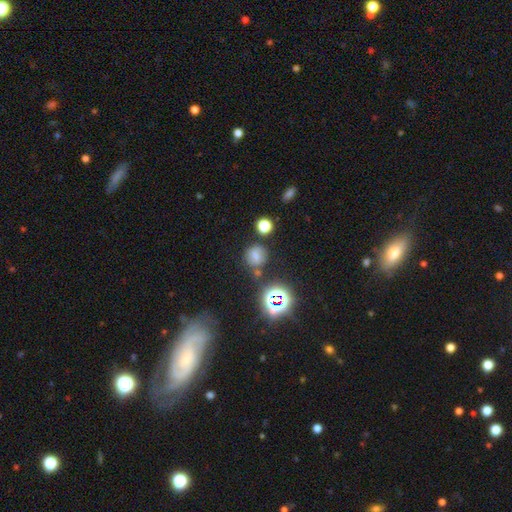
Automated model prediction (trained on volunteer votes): smooth-or-featured: smooth: 57% | star or artifact: 24% | featured or disk: 18%
  how-rounded: round: 79% | in between: 20% | cigar-shaped: 1%
  merging: none: 70% | minor disturbance: 15% | merger: 9% | major disturbance: 6%